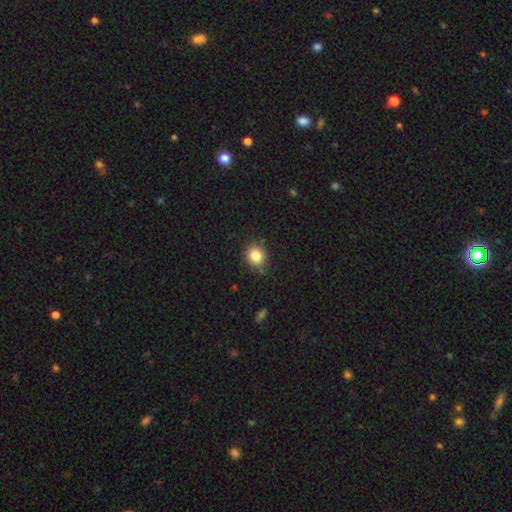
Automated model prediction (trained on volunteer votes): smooth_or_featured: smooth (p=0.83) [alt: star or artifact p=0.11]
how_rounded: round (p=0.82) [alt: in between p=0.18]
merging: none (p=0.82) [alt: minor disturbance p=0.13]